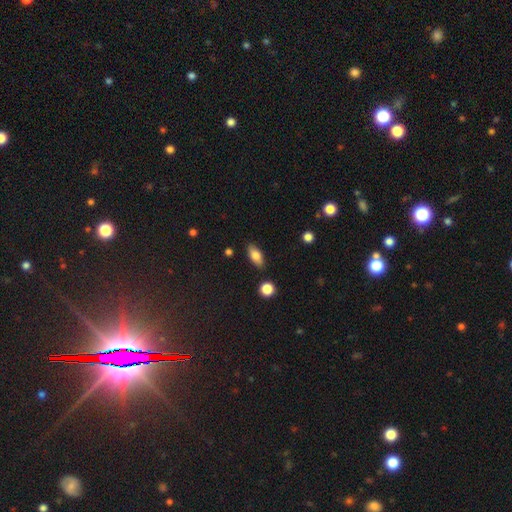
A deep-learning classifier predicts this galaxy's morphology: A smooth galaxy with no disk features (77%) that is in between round and cigar-shaped (84%).

Vote fractions:
- Smooth or featured? smooth: 77% / featured or disk: 16% / star or artifact: 7%
- How rounded? in between: 84% / cigar-shaped: 11% / round: 4%
- Merging? none: 86% / minor disturbance: 10% / merger: 2% / major disturbance: 2%